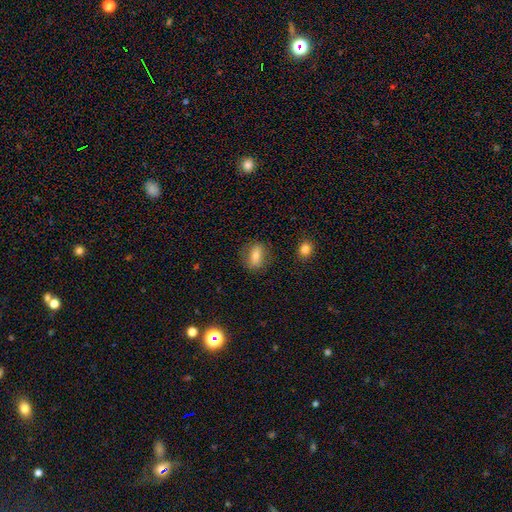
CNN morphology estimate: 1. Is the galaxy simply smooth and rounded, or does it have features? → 69% smooth, 21% featured or disk, 10% star or artifact.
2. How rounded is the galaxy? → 66% in between, 26% round, 8% cigar-shaped.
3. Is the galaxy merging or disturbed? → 82% none, 13% minor disturbance, 4% major disturbance, 2% merger.